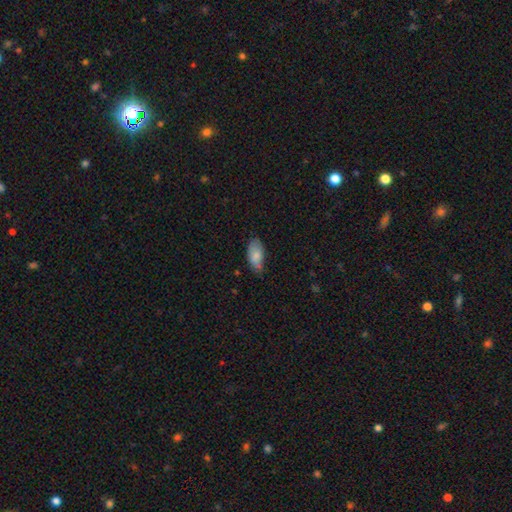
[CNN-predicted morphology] smooth-or-featured: smooth: 80% | featured or disk: 13% | star or artifact: 7%
  how-rounded: in between: 92% | cigar-shaped: 5% | round: 3%
  merging: none: 60% | minor disturbance: 32% | major disturbance: 6% | merger: 2%